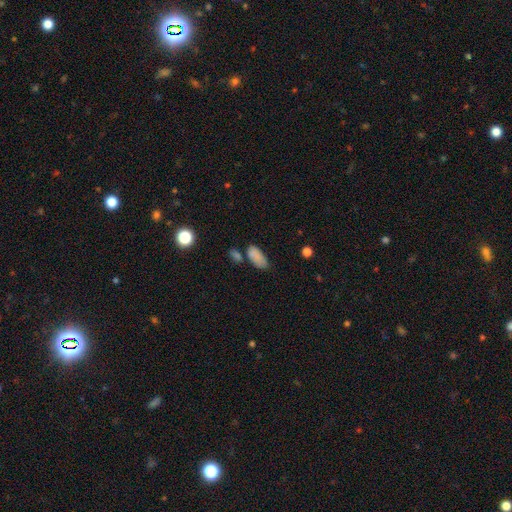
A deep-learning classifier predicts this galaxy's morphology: A smooth galaxy with no disk features (82%) that is in between round and cigar-shaped (88%).

Vote fractions:
- Smooth or featured? smooth: 82% / star or artifact: 10% / featured or disk: 8%
- How rounded? in between: 88% / cigar-shaped: 9% / round: 3%
- Merging? none: 57% / minor disturbance: 22% / merger: 14% / major disturbance: 7%